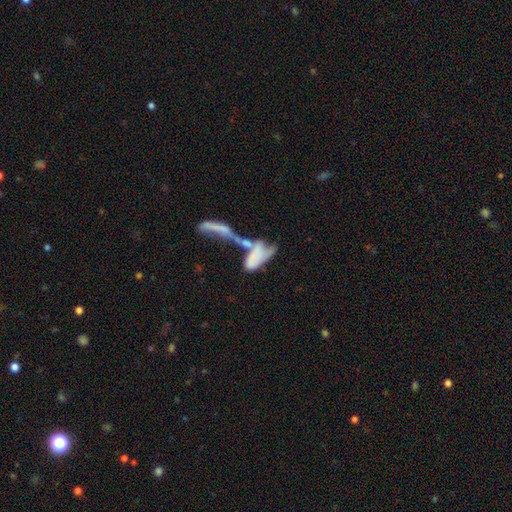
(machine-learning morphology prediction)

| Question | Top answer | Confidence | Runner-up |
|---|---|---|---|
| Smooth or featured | smooth | 51% | featured or disk (39%) |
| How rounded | in between | 75% | cigar-shaped (21%) |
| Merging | merger | 61% | major disturbance (20%) |